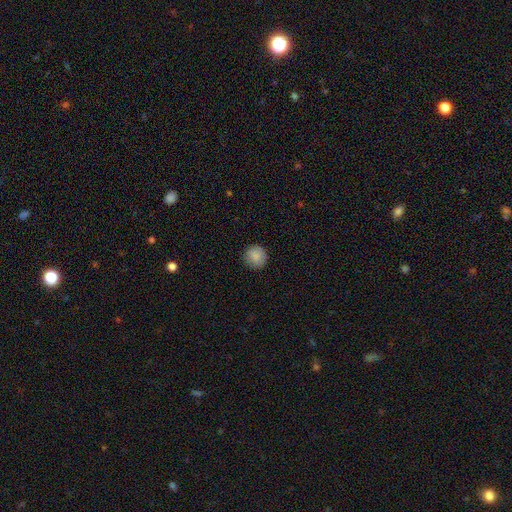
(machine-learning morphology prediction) Overall: smooth (87%). How rounded: round (92%). Merging: none (87%).